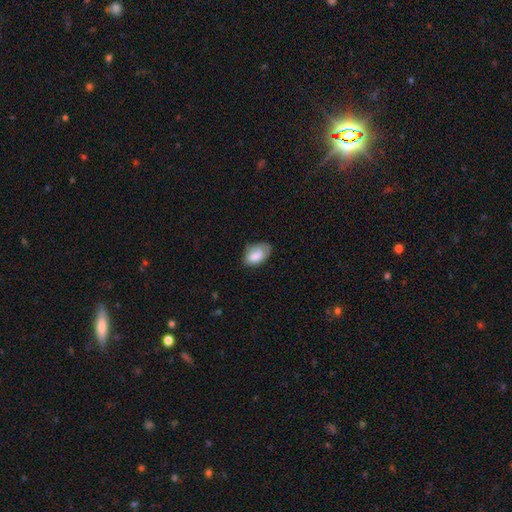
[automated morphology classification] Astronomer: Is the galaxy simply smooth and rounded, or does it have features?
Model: smooth — 80%.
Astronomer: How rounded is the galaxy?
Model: in between — 90%.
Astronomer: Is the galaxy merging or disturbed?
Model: none — 55% (runner-up: minor disturbance, 34%).